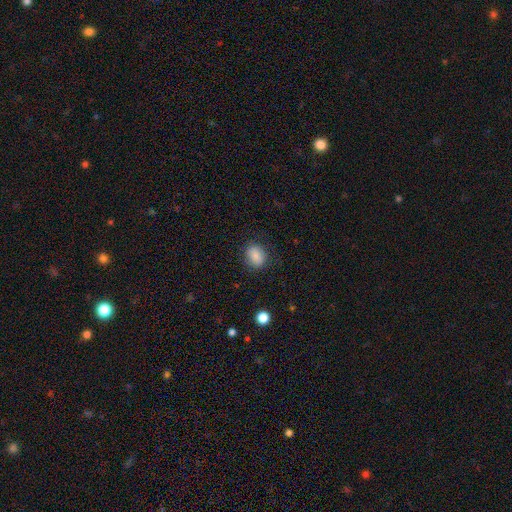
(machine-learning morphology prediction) Smooth or featured: smooth — 86% (star or artifact — 9%)
How rounded: in between — 59% (round — 40%)
Merging: none — 84% (minor disturbance — 12%)